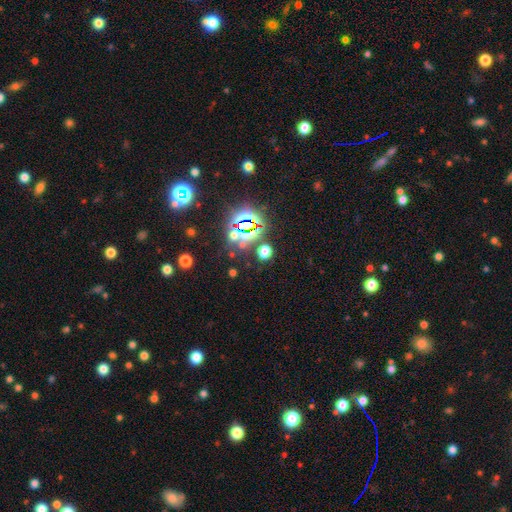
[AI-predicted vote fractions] Morphology: type=star or artifact (79%).